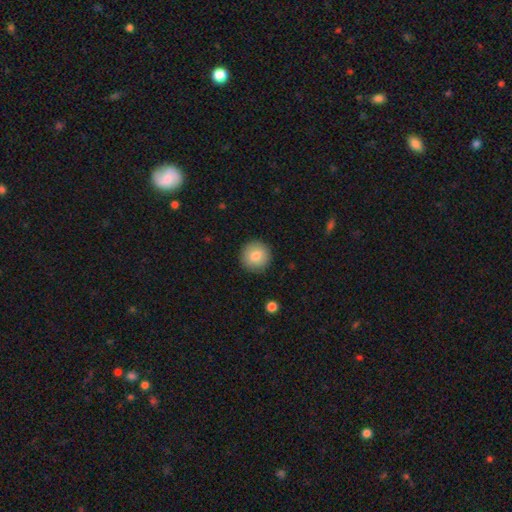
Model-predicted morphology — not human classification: Smooth or featured?
  - smooth: 84% *
  - featured or disk: 9%
  - star or artifact: 8%
How rounded?
  - round: 94% *
  - in between: 5%
  - cigar-shaped: 1%
Merging?
  - none: 90% *
  - minor disturbance: 7%
  - major disturbance: 2%
  - merger: 1%